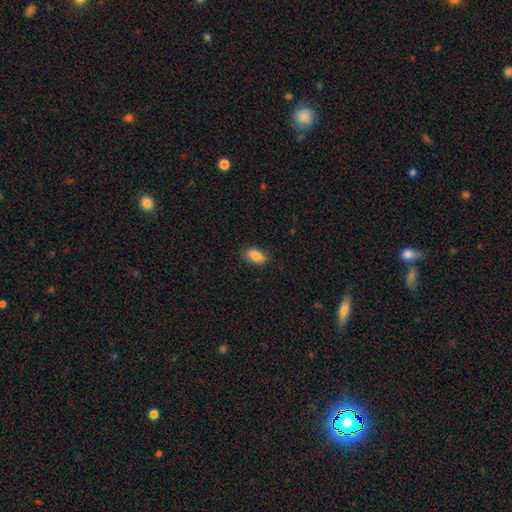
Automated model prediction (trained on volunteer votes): Smooth or featured? smooth (87%)
How rounded? in between (91%)
Merging? none (84%)